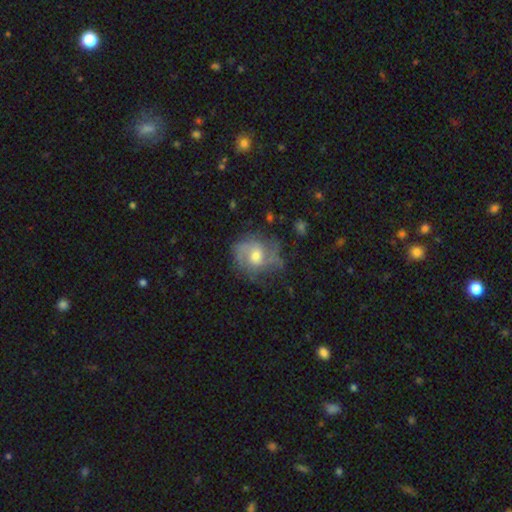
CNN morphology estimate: Smooth or featured? featured or disk (64%)
Edge-on disk? no (97%)
Bar? no (60%)
Spiral arms? yes (84%)
Spiral winding? medium (45%)
Spiral arm count? 2 (53%)
Bulge size? moderate (67%)
Merging? none (64%)